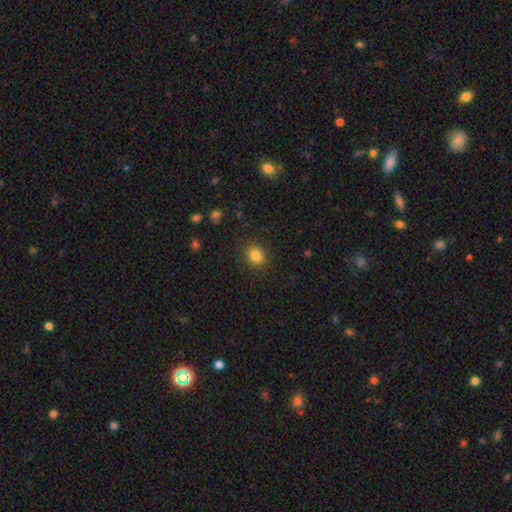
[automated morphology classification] Smooth or featured? smooth (83%)
How rounded? round (64%)
Merging? none (88%)